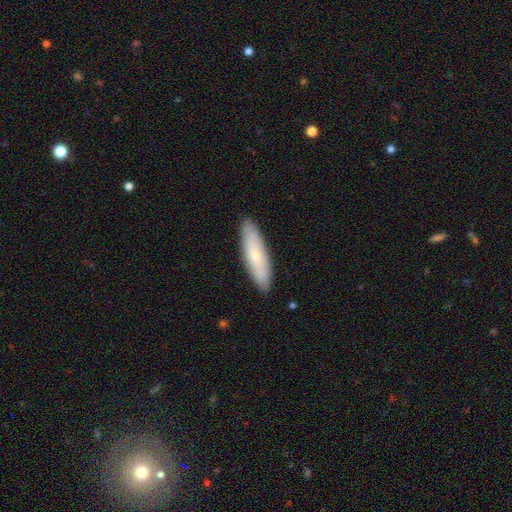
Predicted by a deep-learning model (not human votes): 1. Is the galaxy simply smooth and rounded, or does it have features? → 63% smooth, 31% featured or disk, 6% star or artifact.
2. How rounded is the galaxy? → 65% cigar-shaped, 34% in between, 2% round.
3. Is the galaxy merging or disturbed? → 88% none, 9% minor disturbance, 2% major disturbance, 1% merger.